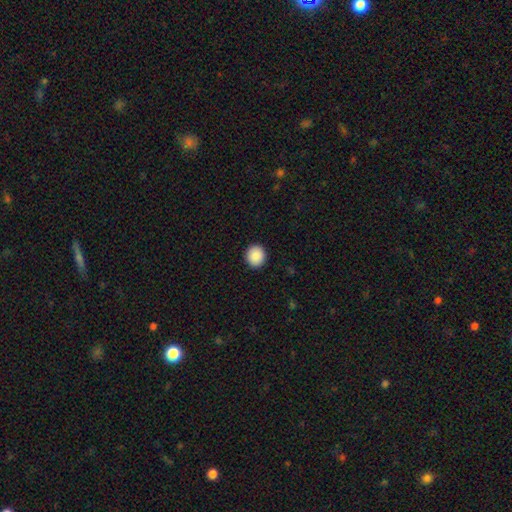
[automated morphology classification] smooth_or_featured: smooth (p=0.90) [alt: star or artifact p=0.08]
how_rounded: round (p=0.88) [alt: in between p=0.11]
merging: none (p=0.93) [alt: minor disturbance p=0.05]